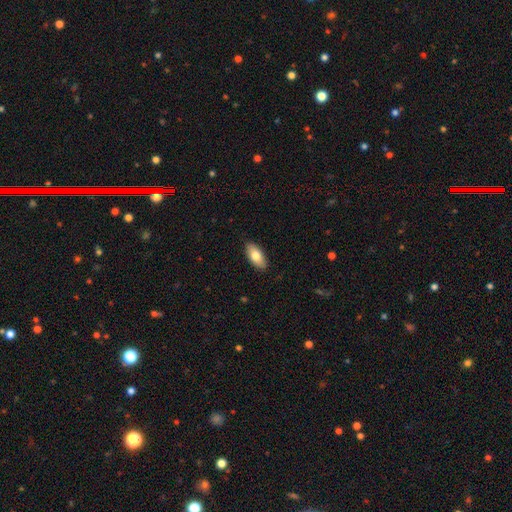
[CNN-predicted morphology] Smooth or featured: smooth — 78% (featured or disk — 16%)
How rounded: in between — 90% (cigar-shaped — 8%)
Merging: none — 89% (minor disturbance — 9%)